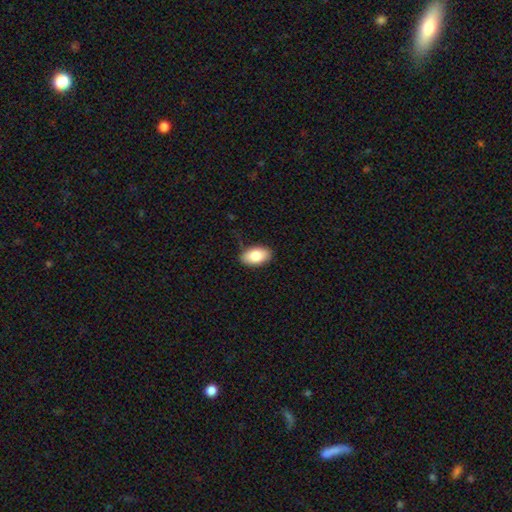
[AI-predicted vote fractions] Smooth or featured?
  - smooth: 84% *
  - featured or disk: 9%
  - star or artifact: 7%
How rounded?
  - in between: 94% *
  - round: 5%
  - cigar-shaped: 2%
Merging?
  - none: 84% *
  - minor disturbance: 13%
  - major disturbance: 3%
  - merger: 1%